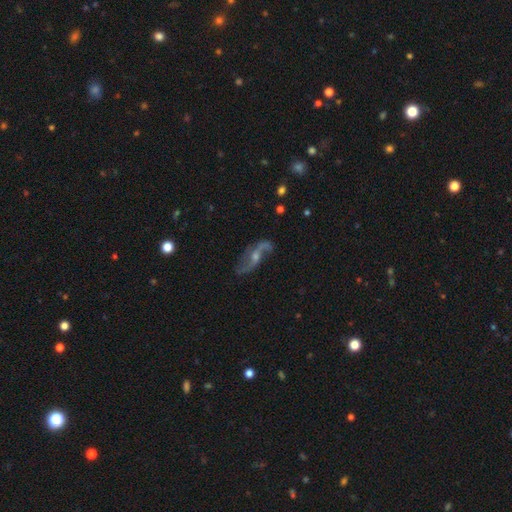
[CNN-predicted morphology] type=featured or disk (83%); edge-on=no (91%); bar=no (48%); spiral arms=yes (94%); winding=loose (68%); arm count=2 (89%); bulge=moderate (50%); merging=none (74%).